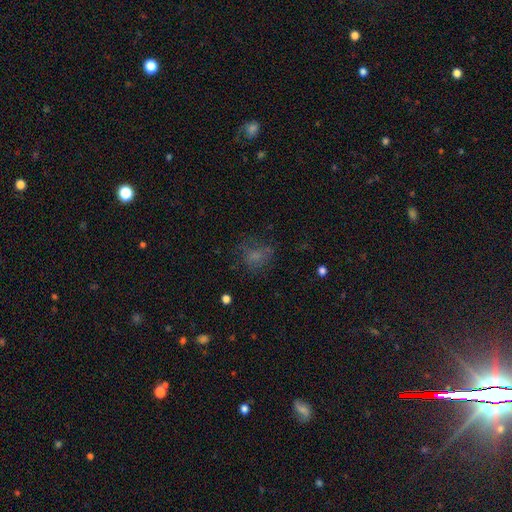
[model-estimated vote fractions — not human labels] Smooth or featured?
  - smooth: 63% *
  - star or artifact: 20%
  - featured or disk: 17%
How rounded?
  - round: 55% *
  - in between: 43%
  - cigar-shaped: 2%
Merging?
  - none: 56% *
  - minor disturbance: 21%
  - major disturbance: 20%
  - merger: 3%